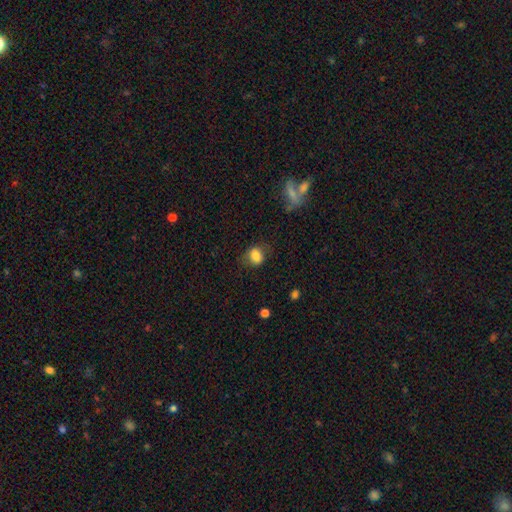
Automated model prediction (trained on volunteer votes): This is clearly a smooth galaxy (82%). How rounded: possibly in between (50%). Merging: likely none (68%).